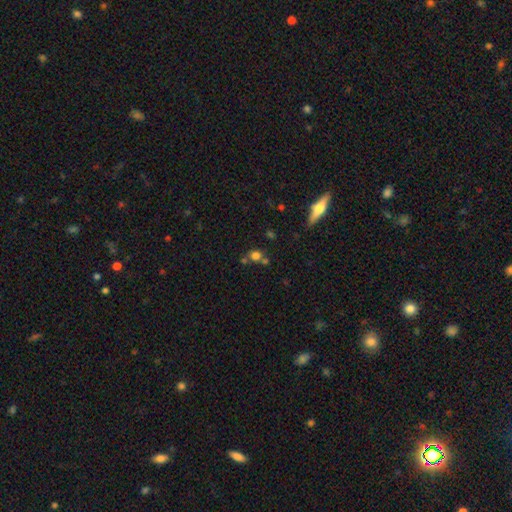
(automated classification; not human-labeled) Smooth or featured? Predicted: smooth (p=0.70). How rounded? Predicted: round (p=0.75). Merging? Predicted: none (p=0.56).